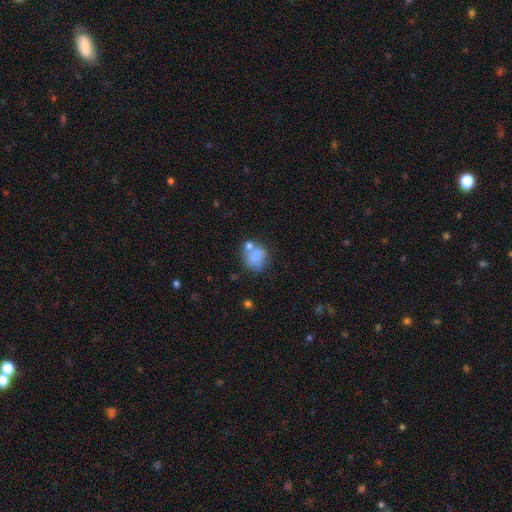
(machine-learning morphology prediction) smooth-or-featured: smooth: 75% | featured or disk: 14% | star or artifact: 10%
  how-rounded: round: 66% | in between: 33% | cigar-shaped: 1%
  merging: none: 46% | merger: 28% | minor disturbance: 18% | major disturbance: 8%